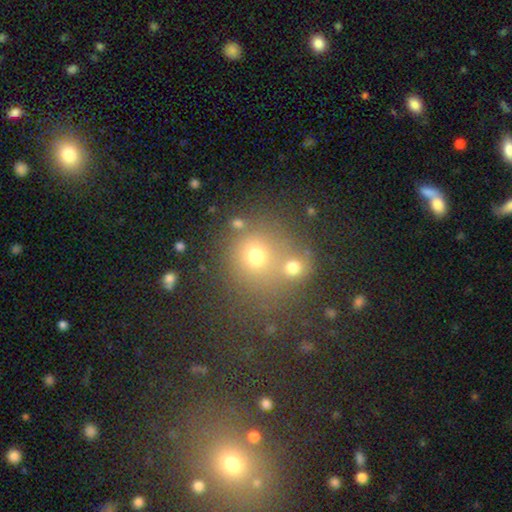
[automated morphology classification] Q: Smooth or featured?
A: smooth (65%); runner-up: star or artifact (23%)
Q: How rounded?
A: round (85%); runner-up: in between (14%)
Q: Merging?
A: none (57%); runner-up: merger (28%)